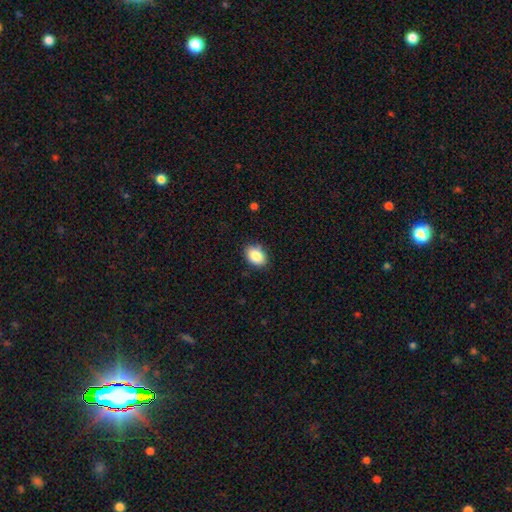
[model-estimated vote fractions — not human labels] A smooth galaxy with no disk features (87%) that is in between round and cigar-shaped (78%). Merging: none (87%).